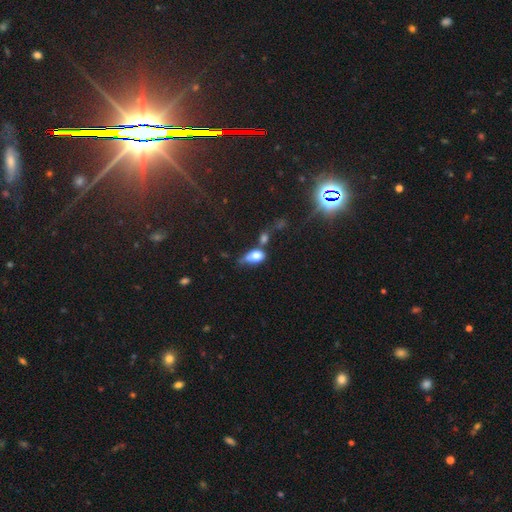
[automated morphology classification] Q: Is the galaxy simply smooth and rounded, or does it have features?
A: smooth — 73%.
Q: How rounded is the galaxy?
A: in between — 84%.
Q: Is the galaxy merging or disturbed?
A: none — 28%, tied with merger.